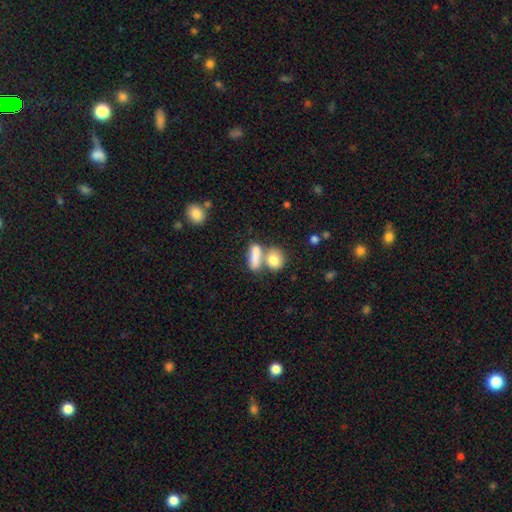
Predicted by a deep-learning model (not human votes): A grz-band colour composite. It shows a smooth galaxy with no disk features (81%) that is in between round and cigar-shaped (62%). Merging: merger (49%).